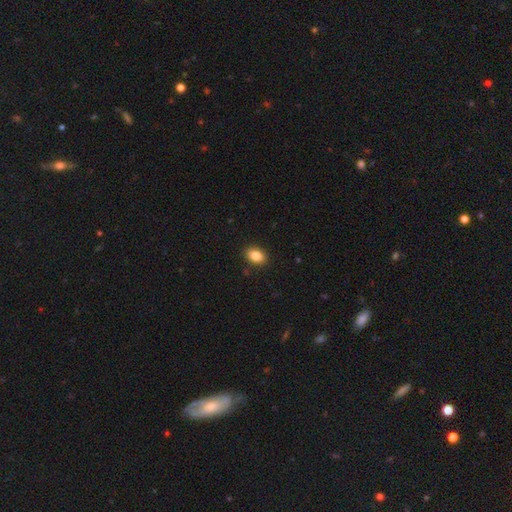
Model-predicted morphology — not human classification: The model was most divided on "how rounded": in between: 80%, round: 19%, cigar-shaped: 1%. More confident: merging — none (90%); smooth or featured — smooth (86%).